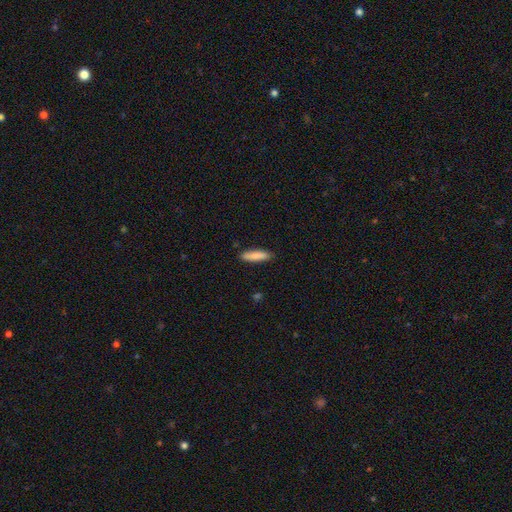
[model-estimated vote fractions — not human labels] Smooth or featured?
  - smooth: 85% *
  - featured or disk: 9%
  - star or artifact: 6%
How rounded?
  - cigar-shaped: 71% *
  - in between: 28%
  - round: 1%
Merging?
  - none: 87% *
  - minor disturbance: 10%
  - major disturbance: 2%
  - merger: 1%